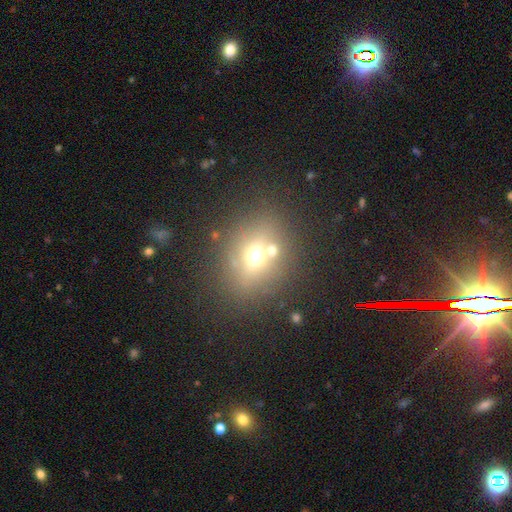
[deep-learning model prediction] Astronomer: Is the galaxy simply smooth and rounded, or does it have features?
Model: smooth — 58%.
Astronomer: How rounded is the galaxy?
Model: round — 57% (runner-up: in between, 41%).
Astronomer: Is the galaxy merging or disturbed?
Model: none — 65%.